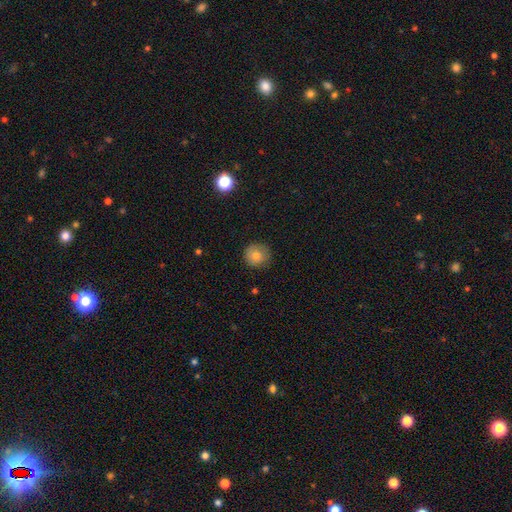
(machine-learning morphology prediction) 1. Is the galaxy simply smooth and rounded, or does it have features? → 81% smooth, 10% star or artifact, 9% featured or disk.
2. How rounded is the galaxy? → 93% round, 6% in between, 1% cigar-shaped.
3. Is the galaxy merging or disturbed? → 86% none, 11% minor disturbance, 3% major disturbance, 1% merger.